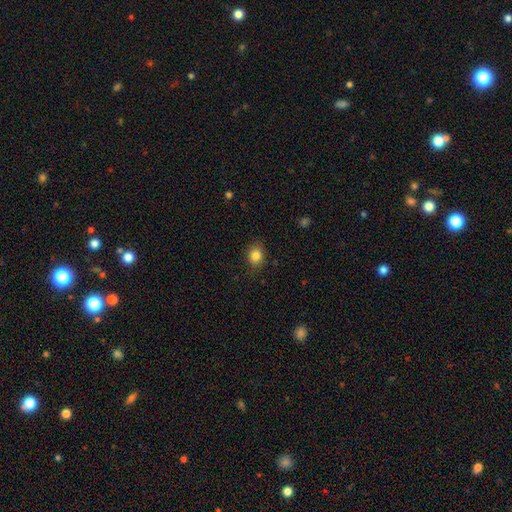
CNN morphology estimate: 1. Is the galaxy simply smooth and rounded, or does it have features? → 84% smooth, 11% star or artifact, 6% featured or disk.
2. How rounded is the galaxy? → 57% round, 42% in between, 1% cigar-shaped.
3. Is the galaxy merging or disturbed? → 84% none, 12% minor disturbance, 3% major disturbance, 1% merger.